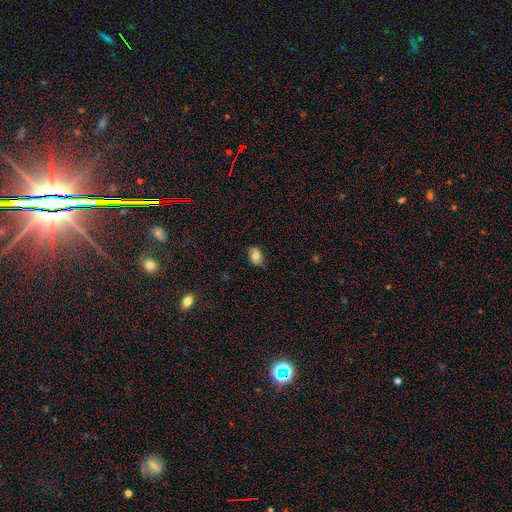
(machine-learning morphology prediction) Smooth or featured: smooth — 75% (featured or disk — 16%)
How rounded: in between — 75% (round — 23%)
Merging: none — 74% (minor disturbance — 21%)